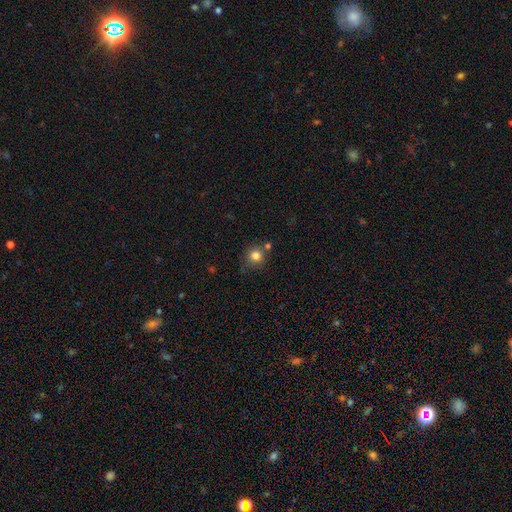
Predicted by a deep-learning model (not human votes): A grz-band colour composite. It shows a smooth galaxy with no disk features (82%) that is round (90%). Merging: none (70%).